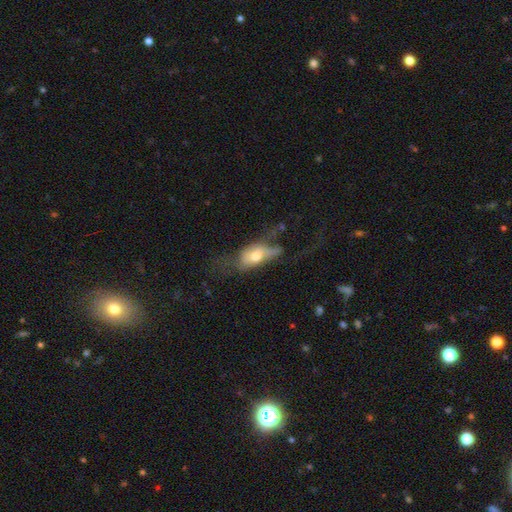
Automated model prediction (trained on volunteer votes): This appears to be a smooth galaxy with no disk features (53%) that is in between round and cigar-shaped (79%). Merging: major disturbance (43%).